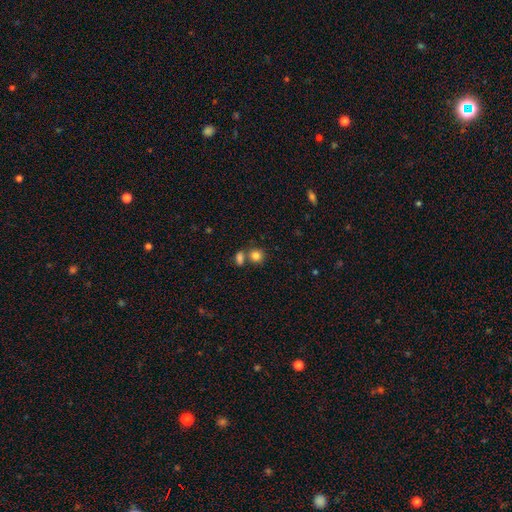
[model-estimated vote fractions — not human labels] This appears to be a smooth galaxy with no disk features (83%) that is round (76%). Merging: none (54%).